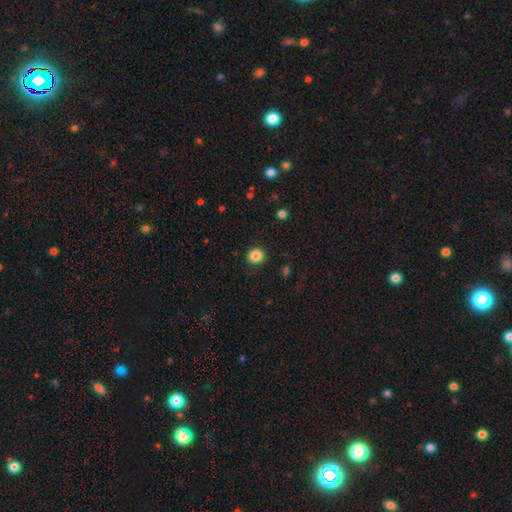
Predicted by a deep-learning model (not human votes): Smooth or featured?
  - smooth: 86% *
  - star or artifact: 10%
  - featured or disk: 4%
How rounded?
  - round: 87% *
  - in between: 12%
  - cigar-shaped: 1%
Merging?
  - none: 91% *
  - minor disturbance: 6%
  - major disturbance: 2%
  - merger: 1%